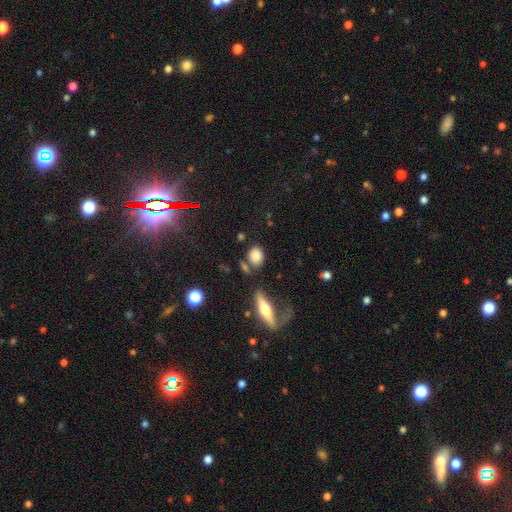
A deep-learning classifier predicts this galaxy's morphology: This appears to be a smooth galaxy with no disk features (80%) that is in between round and cigar-shaped (52%). Merging: none (67%).